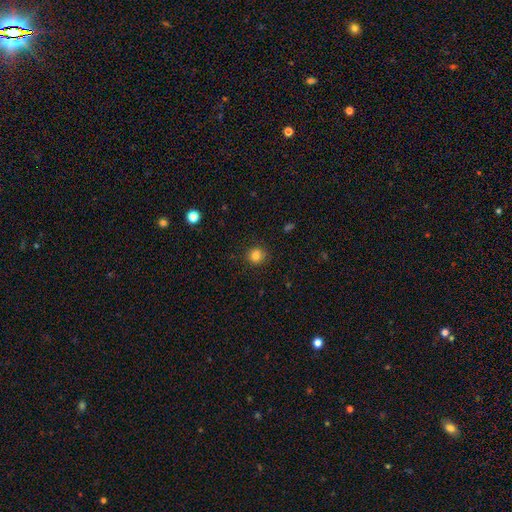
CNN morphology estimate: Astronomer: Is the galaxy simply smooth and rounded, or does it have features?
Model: smooth — 82%.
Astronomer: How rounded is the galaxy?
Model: round — 87%.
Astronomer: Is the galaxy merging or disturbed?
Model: none — 85%.